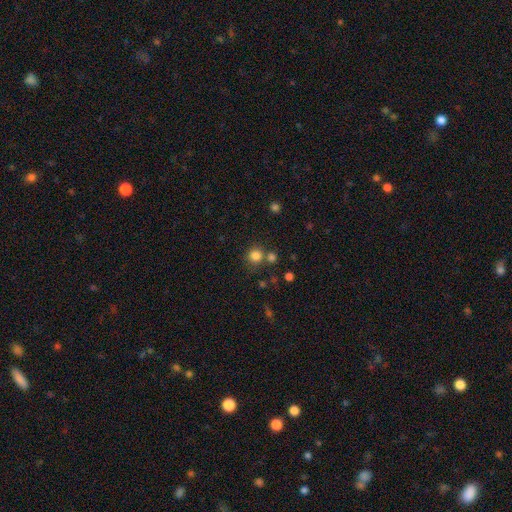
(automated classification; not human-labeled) Smooth or featured? smooth (81%)
How rounded? round (91%)
Merging? none (70%)